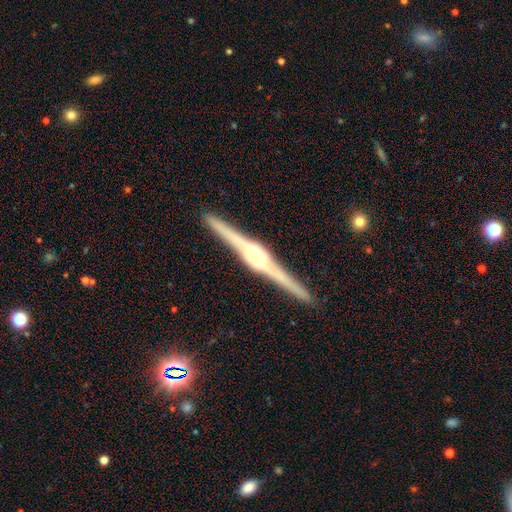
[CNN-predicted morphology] smooth_or_featured: featured or disk (p=0.90) [alt: smooth p=0.06]
disk_edge_on: yes (p=0.99) [alt: no p=0.01]
edge_on_bulge: rounded (p=0.57) [alt: boxy p=0.38]
merging: none (p=0.92) [alt: minor disturbance p=0.06]